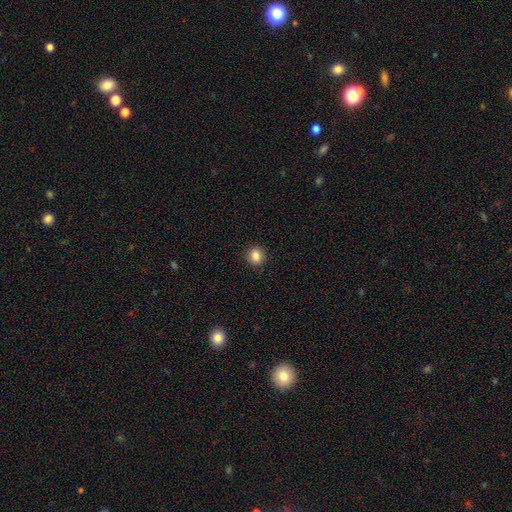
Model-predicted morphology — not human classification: Q: Smooth or featured?
A: smooth (86%); runner-up: star or artifact (10%)
Q: How rounded?
A: round (76%); runner-up: in between (23%)
Q: Merging?
A: none (91%); runner-up: minor disturbance (6%)